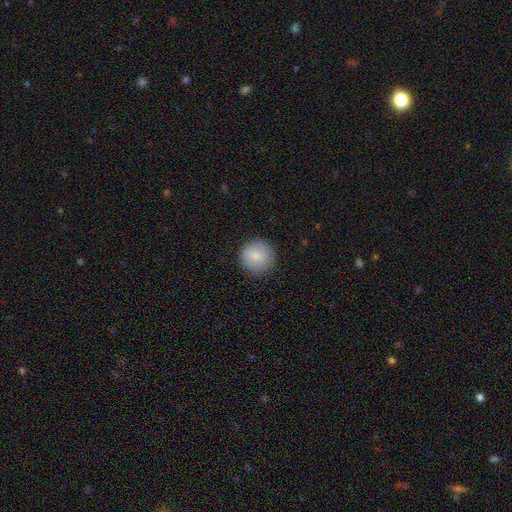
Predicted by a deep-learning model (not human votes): A smooth galaxy with no disk features (84%) that is round (94%).

Vote fractions:
- Smooth or featured? smooth: 84% / featured or disk: 8% / star or artifact: 8%
- How rounded? round: 94% / in between: 5% / cigar-shaped: 1%
- Merging? none: 88% / minor disturbance: 8% / major disturbance: 2% / merger: 1%